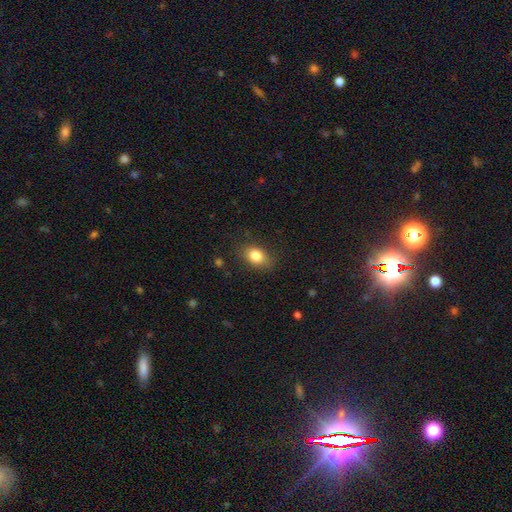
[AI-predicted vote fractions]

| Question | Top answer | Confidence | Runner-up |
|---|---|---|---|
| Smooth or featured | smooth | 82% | star or artifact (9%) |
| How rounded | in between | 74% | round (24%) |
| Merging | none | 81% | minor disturbance (14%) |